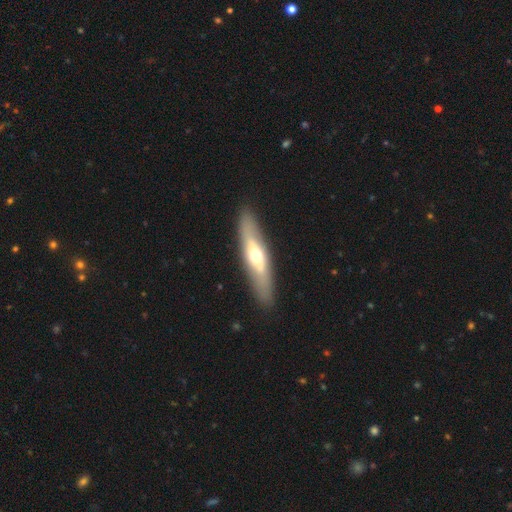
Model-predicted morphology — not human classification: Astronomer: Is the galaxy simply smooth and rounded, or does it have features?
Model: featured or disk — 52% (runner-up: smooth, 43%).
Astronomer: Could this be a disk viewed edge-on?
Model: yes — 65%.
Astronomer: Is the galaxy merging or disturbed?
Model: none — 87%.